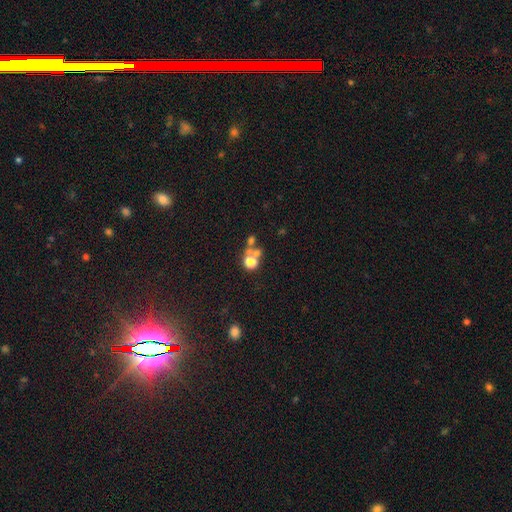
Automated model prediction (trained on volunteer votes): A smooth galaxy with no disk features (58%) that is round (82%).

Vote fractions:
- Smooth or featured? smooth: 58% / star or artifact: 25% / featured or disk: 17%
- How rounded? round: 82% / in between: 17% / cigar-shaped: 1%
- Merging? none: 44% / merger: 42% / minor disturbance: 8% / major disturbance: 7%